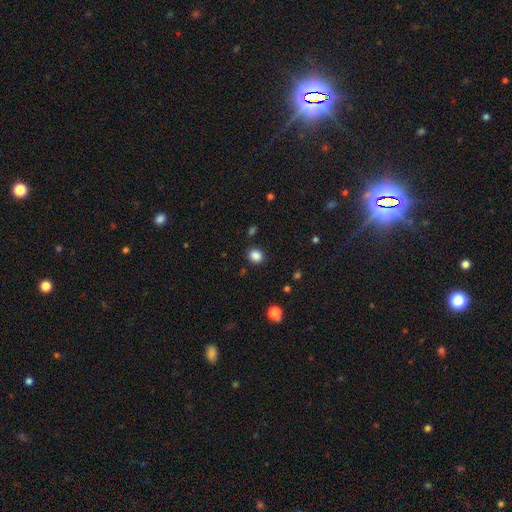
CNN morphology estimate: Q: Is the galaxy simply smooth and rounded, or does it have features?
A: smooth — 86%.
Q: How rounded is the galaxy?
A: round — 58%.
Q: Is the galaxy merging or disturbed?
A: none — 87%.